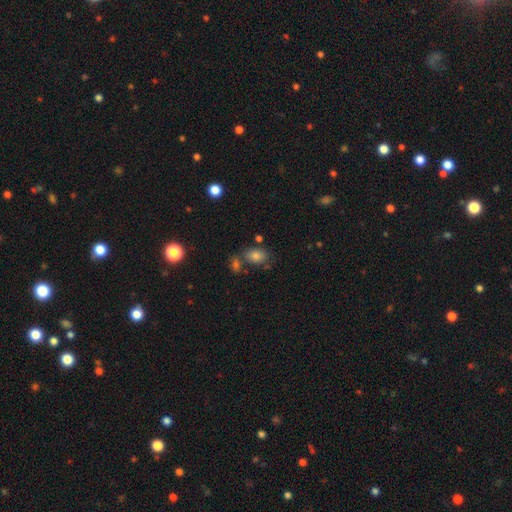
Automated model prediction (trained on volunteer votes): Morphology: type=smooth (78%); roundness=in between (79%); merging=none (65%).